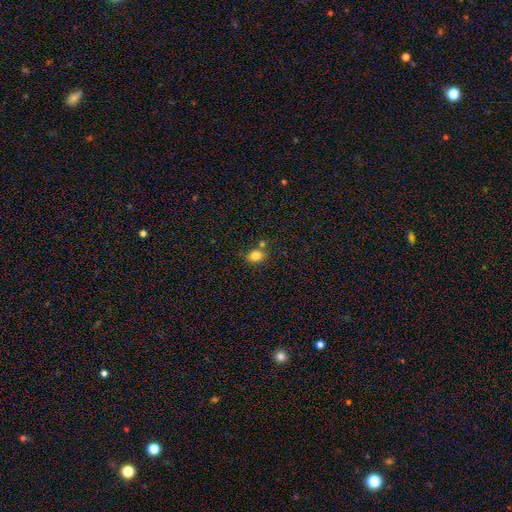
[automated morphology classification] Smooth or featured? smooth (84%)
How rounded? in between (69%)
Merging? none (72%)